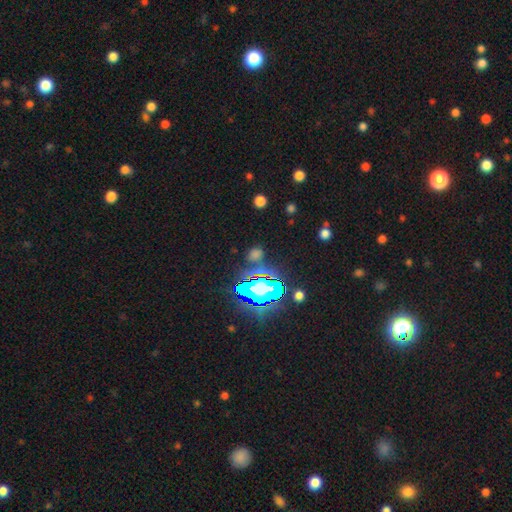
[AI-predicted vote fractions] Smooth or featured? Predicted: star or artifact (p=0.52).